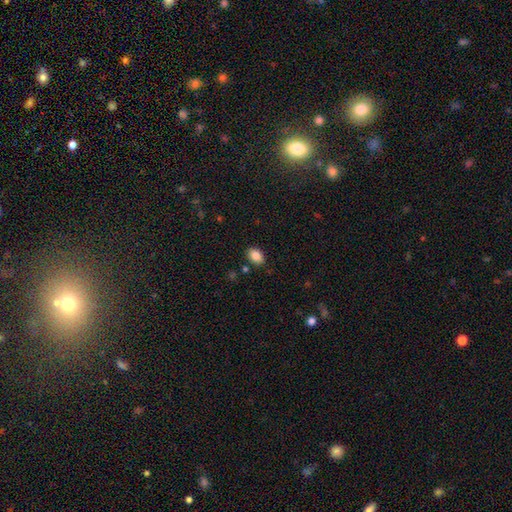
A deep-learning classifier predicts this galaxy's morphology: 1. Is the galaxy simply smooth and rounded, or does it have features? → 86% smooth, 8% star or artifact, 5% featured or disk.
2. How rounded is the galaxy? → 83% in between, 16% round, 1% cigar-shaped.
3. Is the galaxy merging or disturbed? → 86% none, 10% minor disturbance, 2% major disturbance, 2% merger.